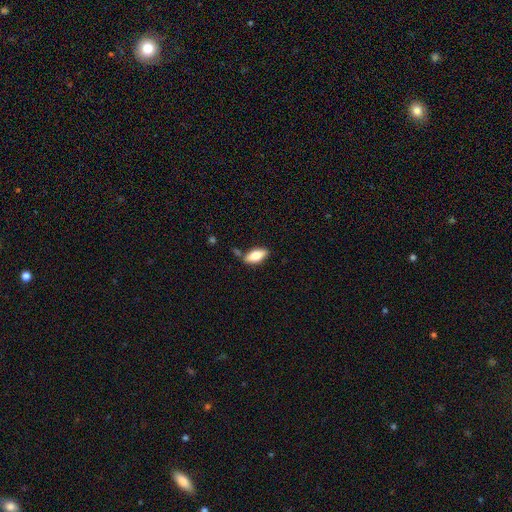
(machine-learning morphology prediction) This is likely a smooth galaxy (74%). How rounded: clearly in between (85%). Merging: likely none (76%).